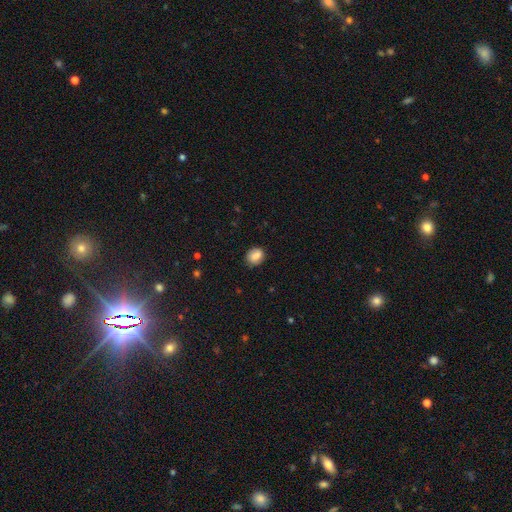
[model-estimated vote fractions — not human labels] Smooth or featured? smooth (83%)
How rounded? round (55%)
Merging? none (83%)